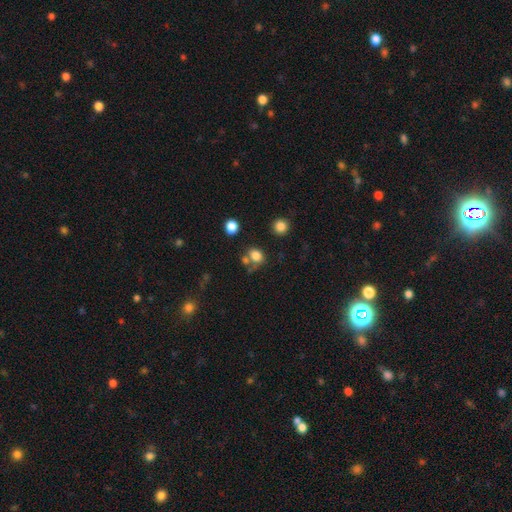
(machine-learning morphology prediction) Q: Smooth or featured?
A: smooth (78%); runner-up: star or artifact (13%)
Q: How rounded?
A: round (56%); runner-up: in between (43%)
Q: Merging?
A: none (52%); runner-up: merger (25%)